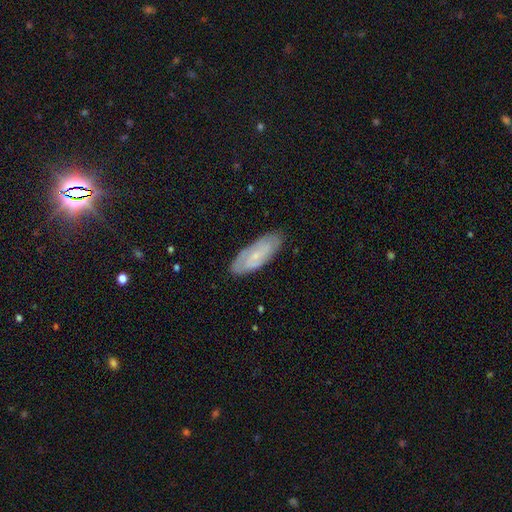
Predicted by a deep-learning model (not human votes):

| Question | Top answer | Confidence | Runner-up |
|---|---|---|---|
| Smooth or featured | featured or disk | 56% | smooth (34%) |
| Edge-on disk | no | 84% | yes (16%) |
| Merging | none | 83% | minor disturbance (13%) |